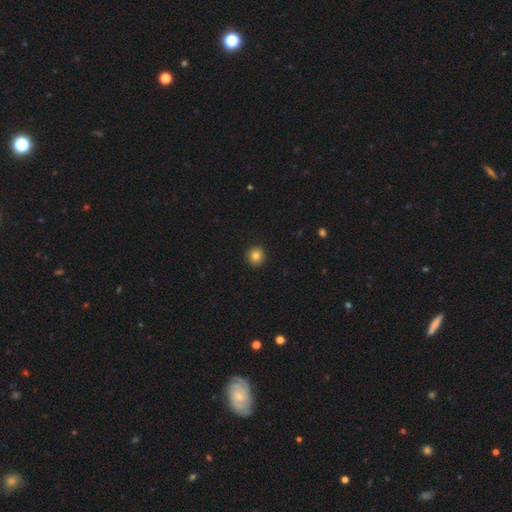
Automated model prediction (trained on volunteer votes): Smooth or featured?
  - smooth: 84% *
  - star or artifact: 11%
  - featured or disk: 6%
How rounded?
  - round: 92% *
  - in between: 7%
  - cigar-shaped: 1%
Merging?
  - none: 93% *
  - minor disturbance: 5%
  - major disturbance: 1%
  - merger: 1%